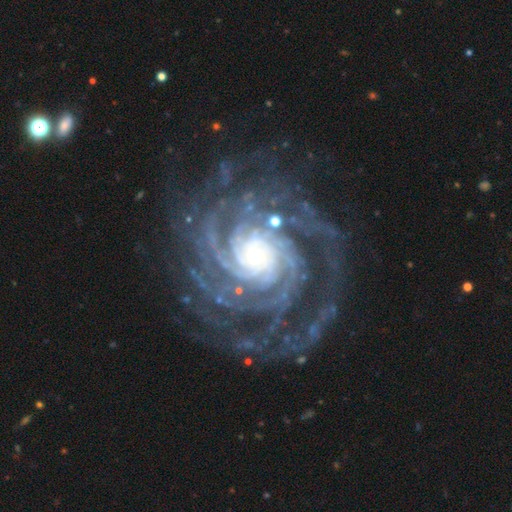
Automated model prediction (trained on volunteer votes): featured or disk 92%, star or artifact 5%, smooth 3%. Down the decision tree: edge-on disk — no (98%); bar — no (68%); spiral arms — yes (99%); spiral arm count — more than 4 (34%); spiral winding — tight (76%); bulge size — small (66%); merging — none (73%).